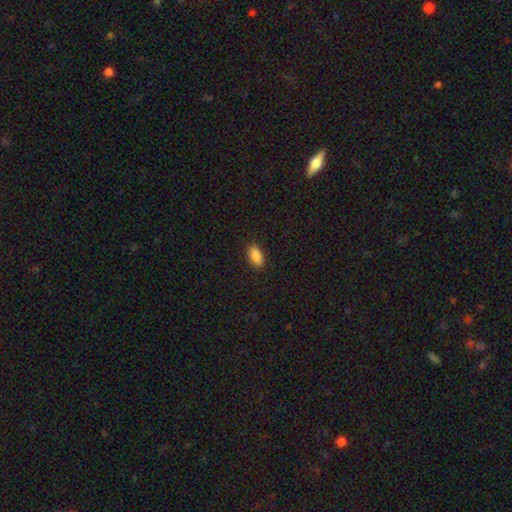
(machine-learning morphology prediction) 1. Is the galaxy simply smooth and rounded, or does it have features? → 89% smooth, 8% star or artifact, 3% featured or disk.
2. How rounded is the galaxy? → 91% in between, 6% cigar-shaped, 3% round.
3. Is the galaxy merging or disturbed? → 88% none, 9% minor disturbance, 2% major disturbance, 1% merger.